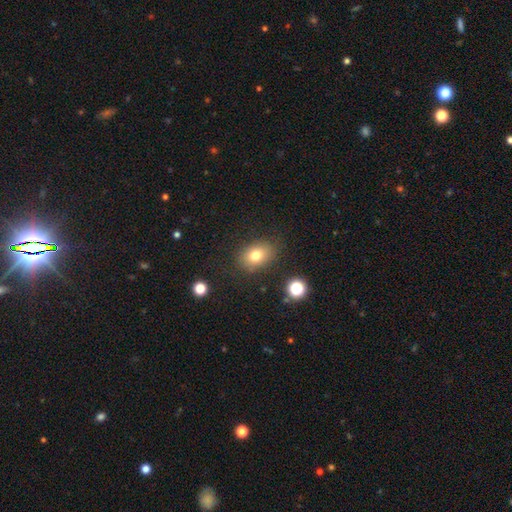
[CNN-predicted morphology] Overall: smooth (77%). How rounded: in between (67%; round 32%). Merging: none (82%).